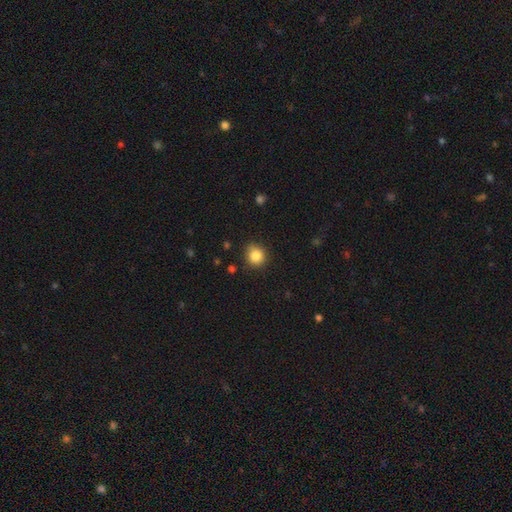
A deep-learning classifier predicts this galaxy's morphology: Smooth or featured?
  - smooth: 85% *
  - star or artifact: 10%
  - featured or disk: 5%
How rounded?
  - round: 90% *
  - in between: 10%
  - cigar-shaped: 1%
Merging?
  - none: 83% *
  - minor disturbance: 13%
  - major disturbance: 3%
  - merger: 2%